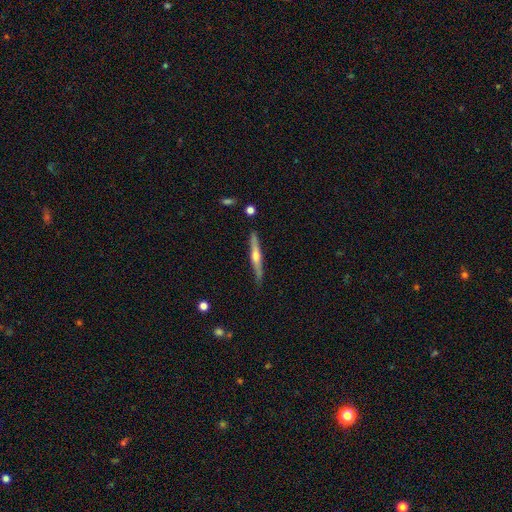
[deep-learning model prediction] featured or disk 71%, smooth 24%, star or artifact 5%. Down the decision tree: edge-on disk — yes (98%); edge-on bulge — rounded (88%); merging — none (86%).